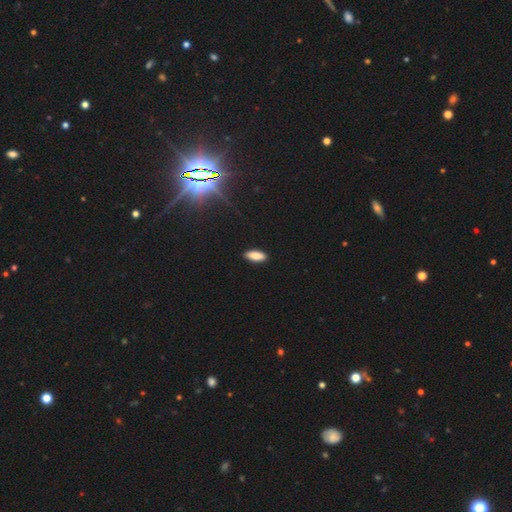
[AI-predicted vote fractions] This appears to be a smooth galaxy with no disk features (87%) that is in between round and cigar-shaped (78%). Merging: none (89%).